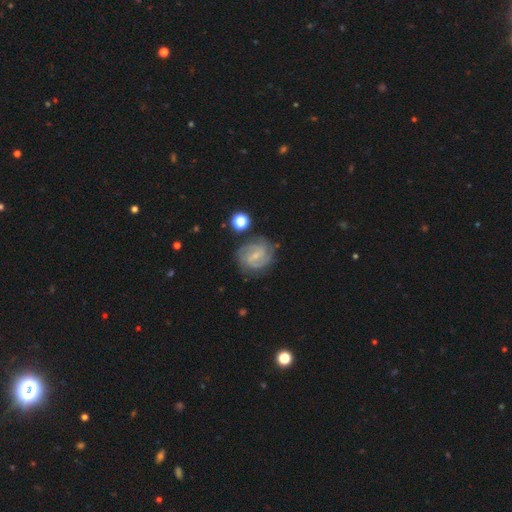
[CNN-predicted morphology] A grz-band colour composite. It shows a featured or disk galaxy (81%) with a weak bar (57%), 2 (51%) medium (45%) spiral arms (95%) and a small central bulge (72%). Merging: none (75%).